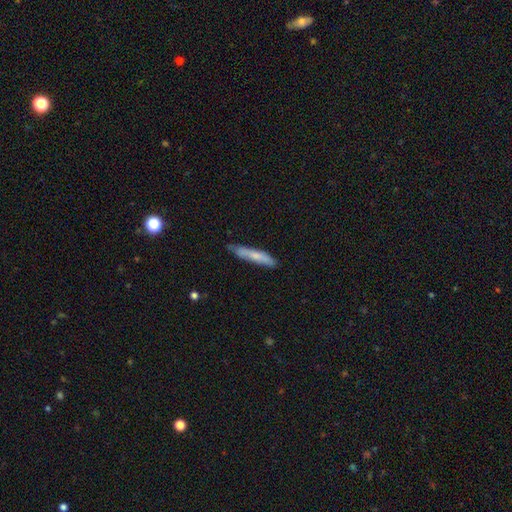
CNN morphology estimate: Smooth or featured? Predicted: smooth (p=0.66). How rounded? Predicted: cigar-shaped (p=0.89). Merging? Predicted: none (p=0.73).